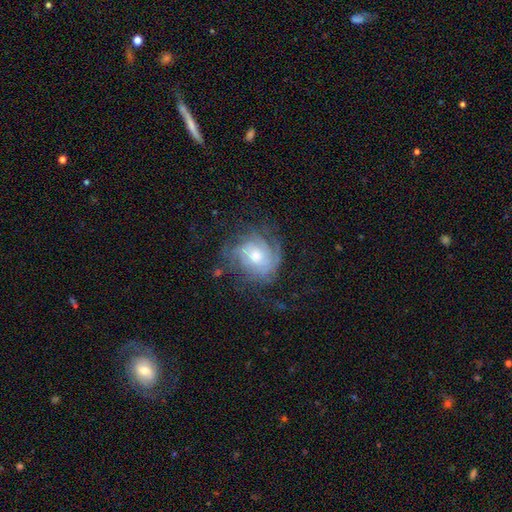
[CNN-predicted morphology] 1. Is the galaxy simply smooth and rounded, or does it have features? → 75% featured or disk, 16% smooth, 8% star or artifact.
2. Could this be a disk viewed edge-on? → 97% no, 3% yes.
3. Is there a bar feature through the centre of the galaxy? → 72% no, 24% weak, 4% strong.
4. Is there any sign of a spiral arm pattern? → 89% yes, 11% no.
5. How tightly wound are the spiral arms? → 59% tight, 29% medium, 11% loose.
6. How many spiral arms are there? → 47% can't tell, 16% 3, 14% 2, 10% 4, 6% more than 4, 6% 1.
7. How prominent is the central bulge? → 63% moderate, 22% small, 12% large, 2% none, 1% dominant.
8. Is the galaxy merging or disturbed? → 63% none, 20% minor disturbance, 16% major disturbance, 1% merger.